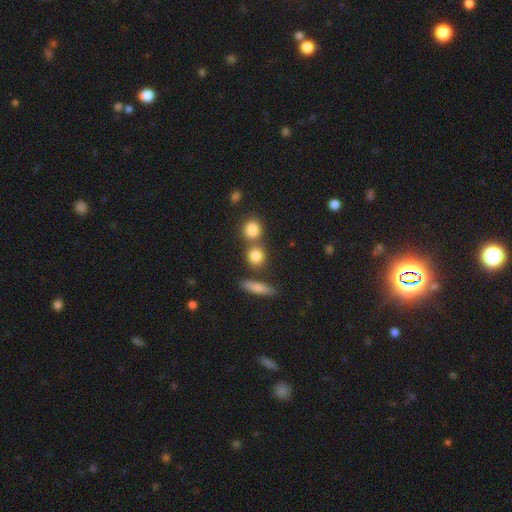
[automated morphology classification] Smooth or featured?
  - smooth: 81% *
  - star or artifact: 11%
  - featured or disk: 8%
How rounded?
  - round: 77% *
  - in between: 18%
  - cigar-shaped: 4%
Merging?
  - none: 59% *
  - merger: 28%
  - minor disturbance: 9%
  - major disturbance: 4%